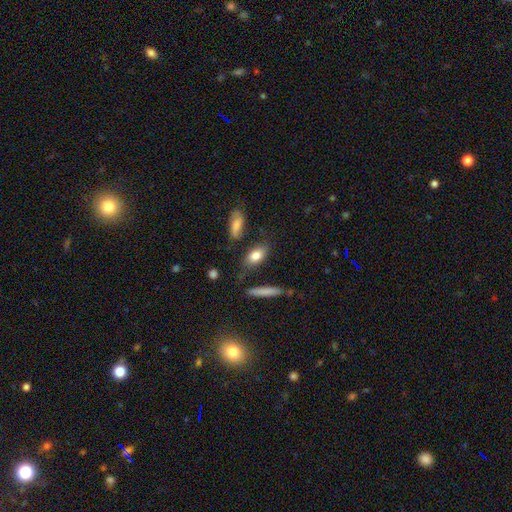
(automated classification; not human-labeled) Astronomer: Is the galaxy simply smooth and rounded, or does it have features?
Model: smooth — 79%.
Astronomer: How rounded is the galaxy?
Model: in between — 82%.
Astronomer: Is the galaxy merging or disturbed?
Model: none — 75%.